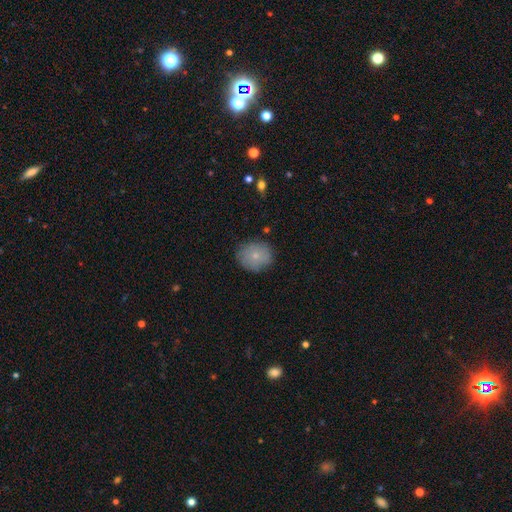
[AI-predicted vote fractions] Morphology: type=smooth (76%); roundness=round (72%); merging=none (82%).